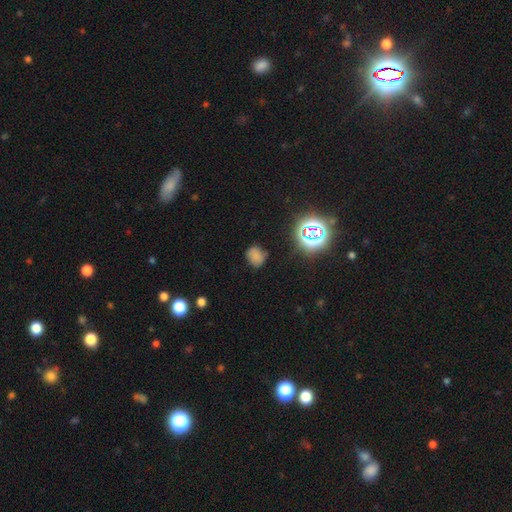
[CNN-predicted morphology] smooth-or-featured: smooth: 68% | star or artifact: 24% | featured or disk: 9%
  how-rounded: round: 54% | in between: 44% | cigar-shaped: 1%
  merging: none: 71% | minor disturbance: 21% | major disturbance: 6% | merger: 2%